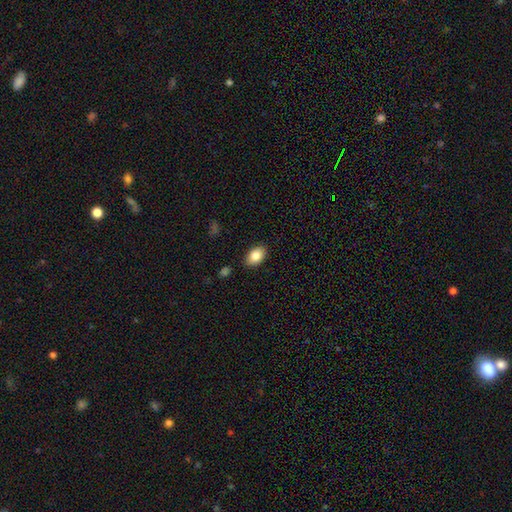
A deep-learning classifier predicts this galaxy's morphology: The model was most divided on "merging": none: 87%, minor disturbance: 10%, major disturbance: 2%, merger: 2%. More confident: how rounded — in between (89%); smooth or featured — smooth (85%).